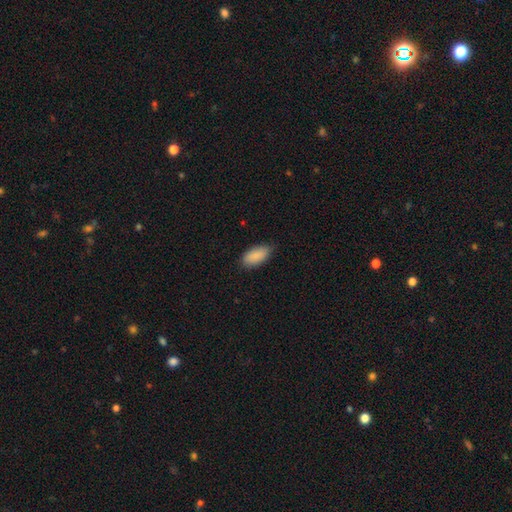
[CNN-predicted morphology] Q: Smooth or featured?
A: smooth (89%); runner-up: star or artifact (6%)
Q: How rounded?
A: in between (92%); runner-up: cigar-shaped (5%)
Q: Merging?
A: none (78%); runner-up: minor disturbance (18%)